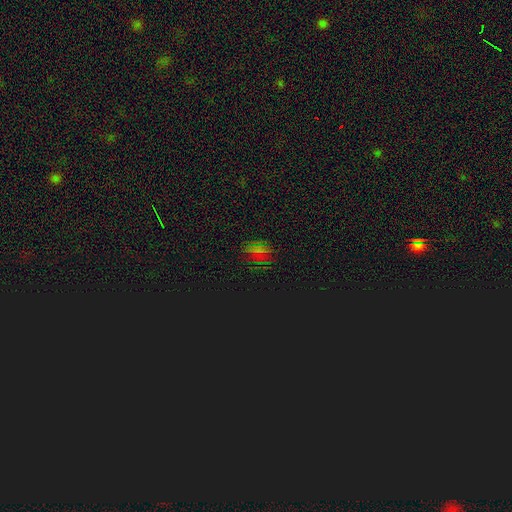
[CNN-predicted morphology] type=star or artifact (57%).